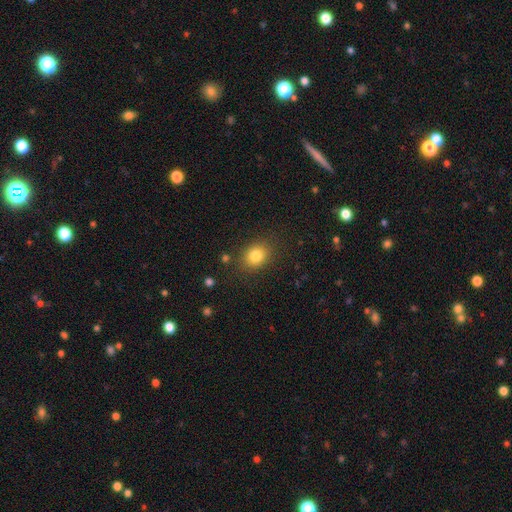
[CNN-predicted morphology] The model was most divided on "how rounded": round: 53%, in between: 46%, cigar-shaped: 1%. More confident: merging — none (83%); smooth or featured — smooth (82%).